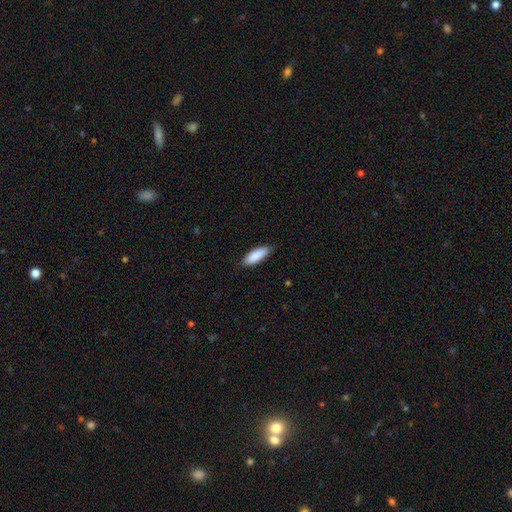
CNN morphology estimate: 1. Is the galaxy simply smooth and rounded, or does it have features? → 88% smooth, 7% featured or disk, 6% star or artifact.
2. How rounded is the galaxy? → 63% in between, 36% cigar-shaped, 2% round.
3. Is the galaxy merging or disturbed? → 84% none, 13% minor disturbance, 2% major disturbance, 1% merger.